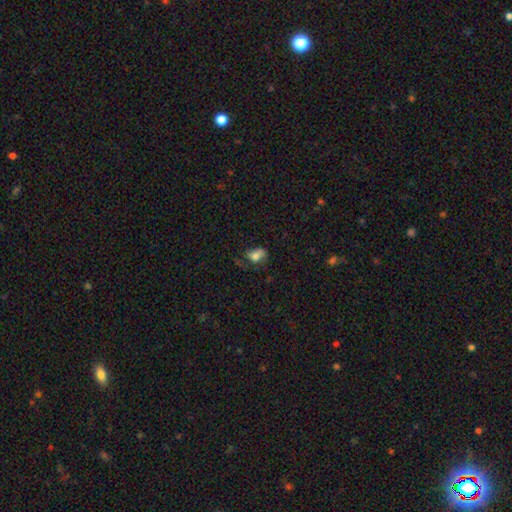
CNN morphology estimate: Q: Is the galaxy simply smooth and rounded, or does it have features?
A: smooth — 63%.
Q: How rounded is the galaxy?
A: in between — 76%.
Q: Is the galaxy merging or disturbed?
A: none — 37%.